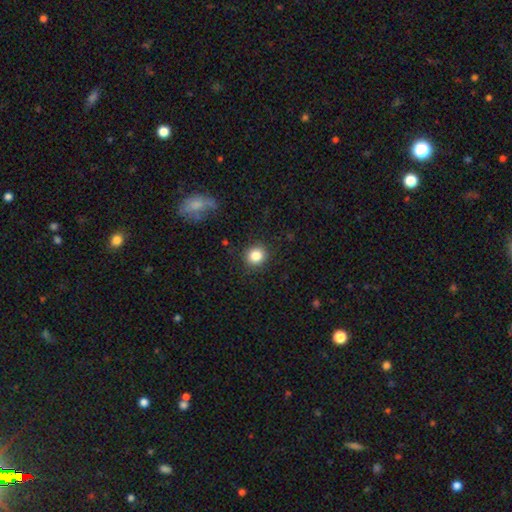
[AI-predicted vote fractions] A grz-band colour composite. It shows a smooth galaxy with no disk features (84%) that is round (88%). Merging: none (89%).